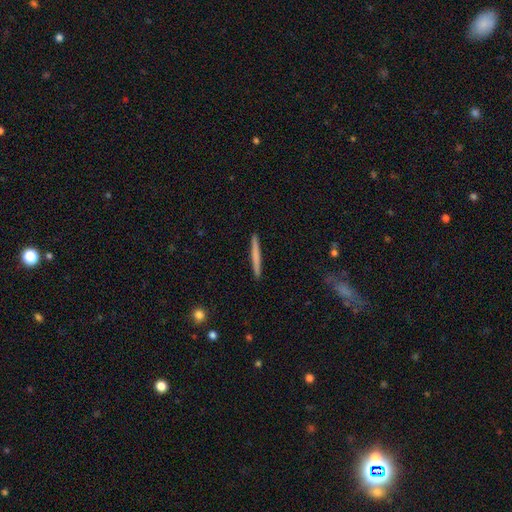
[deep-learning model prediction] Smooth or featured?
  - smooth: 63% *
  - featured or disk: 31%
  - star or artifact: 5%
How rounded?
  - cigar-shaped: 97% *
  - in between: 2%
  - round: 1%
Merging?
  - none: 92% *
  - minor disturbance: 5%
  - major disturbance: 1%
  - merger: 1%